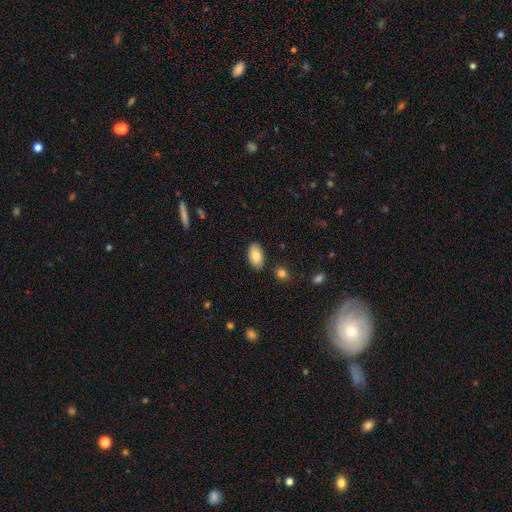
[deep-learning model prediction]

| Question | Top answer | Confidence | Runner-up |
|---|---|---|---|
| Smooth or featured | smooth | 82% | featured or disk (11%) |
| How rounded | in between | 95% | round (4%) |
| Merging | none | 86% | minor disturbance (10%) |